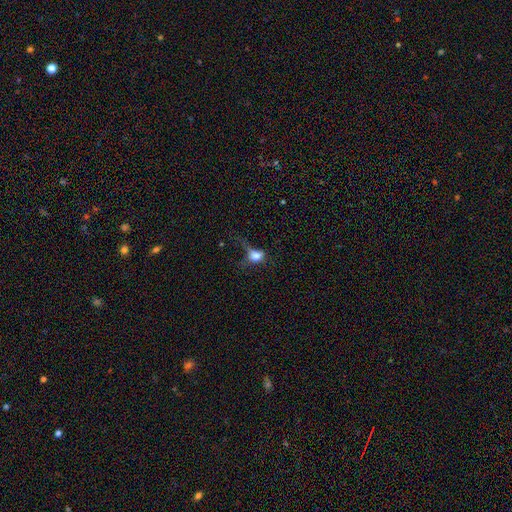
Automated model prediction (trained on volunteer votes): smooth-or-featured: smooth: 68% | featured or disk: 19% | star or artifact: 13%
  how-rounded: in between: 50% | round: 46% | cigar-shaped: 4%
  merging: major disturbance: 46% | none: 27% | minor disturbance: 20% | merger: 7%